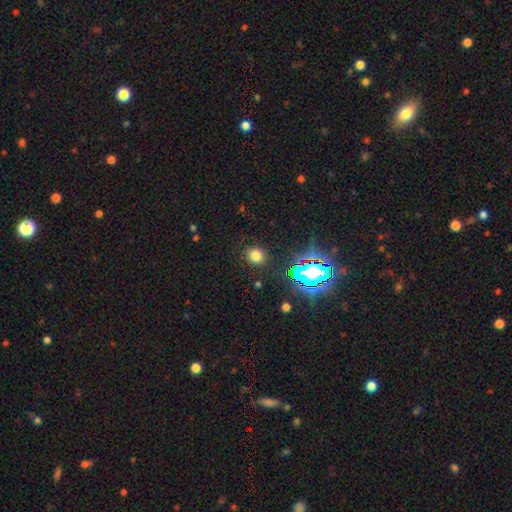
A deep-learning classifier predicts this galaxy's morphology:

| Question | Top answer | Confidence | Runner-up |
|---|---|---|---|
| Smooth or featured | smooth | 70% | star or artifact (23%) |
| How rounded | round | 83% | in between (15%) |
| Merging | none | 87% | minor disturbance (8%) |